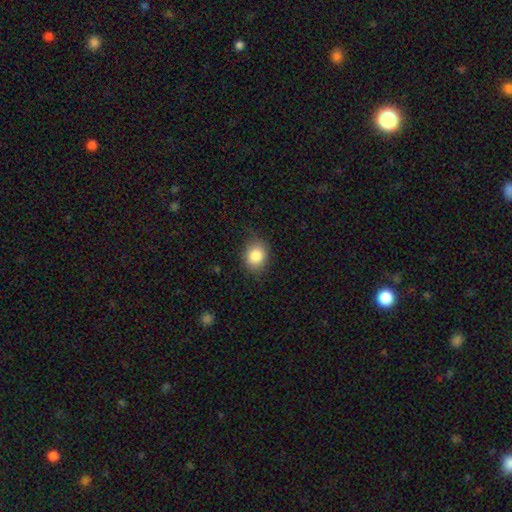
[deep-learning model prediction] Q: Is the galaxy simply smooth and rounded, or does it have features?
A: smooth — 84%.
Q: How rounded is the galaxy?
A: round — 56%.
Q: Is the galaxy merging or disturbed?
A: none — 77%.